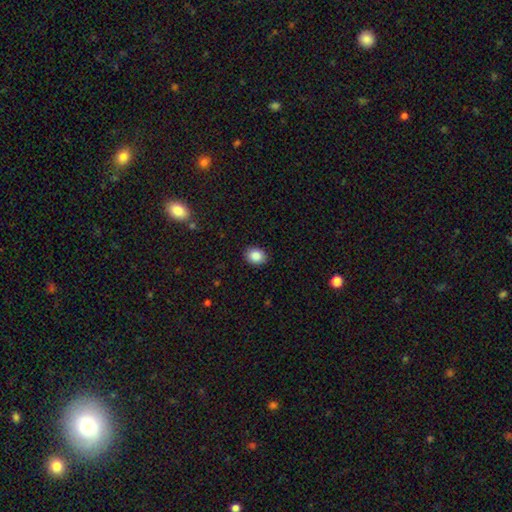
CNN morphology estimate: smooth-or-featured: smooth: 87% | star or artifact: 9% | featured or disk: 4%
  how-rounded: round: 52% | in between: 48% | cigar-shaped: 1%
  merging: none: 90% | minor disturbance: 7% | major disturbance: 2% | merger: 1%